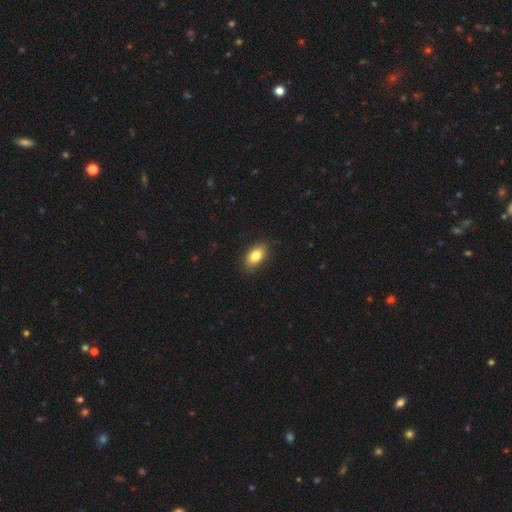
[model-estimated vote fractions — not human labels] The model was most divided on "smooth or featured": smooth: 83%, featured or disk: 10%, star or artifact: 7%. More confident: how rounded — in between (90%); merging — none (86%).